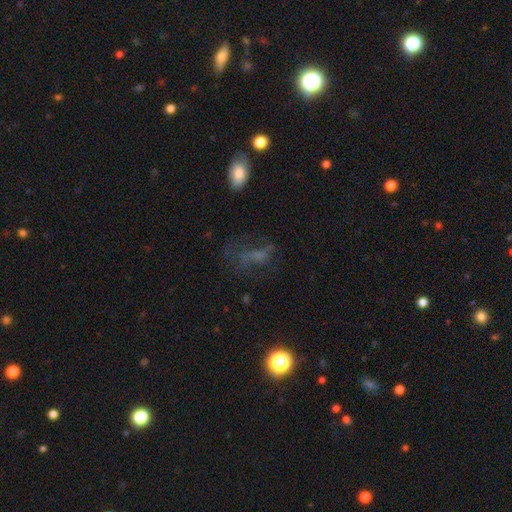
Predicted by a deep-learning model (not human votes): Smooth or featured? Predicted: smooth (p=0.38). Merging? Predicted: none (p=0.44).